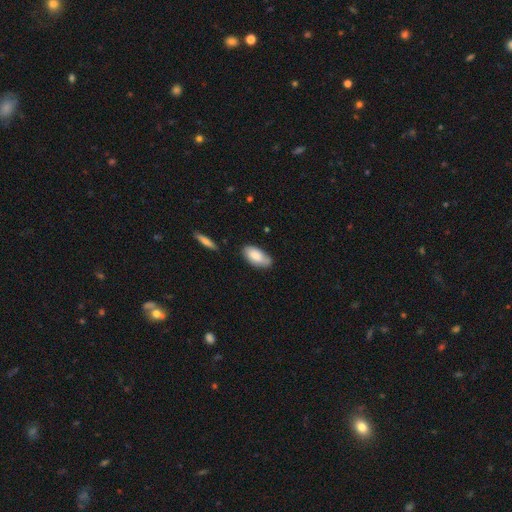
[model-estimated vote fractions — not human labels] This is clearly a smooth galaxy (82%). How rounded: clearly in between (92%). Merging: likely none (71%).